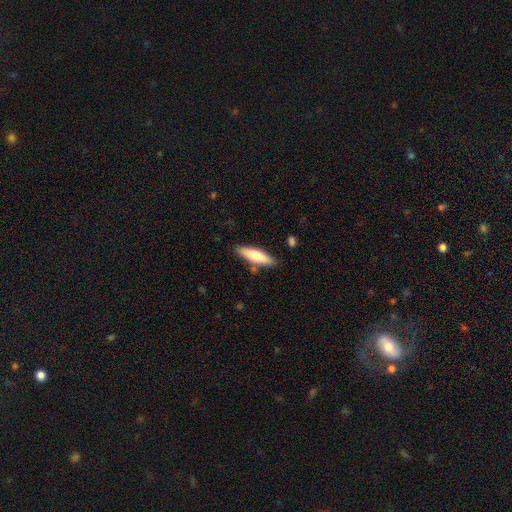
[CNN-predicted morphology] This is likely a smooth galaxy (73%). How rounded: likely cigar-shaped (63%). Merging: clearly none (84%).